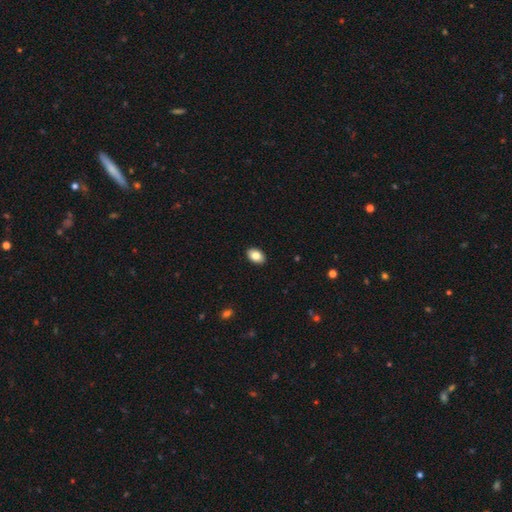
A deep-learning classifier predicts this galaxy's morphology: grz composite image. It shows a smooth galaxy with no disk features (84%) that is in between round and cigar-shaped (88%). Merging: none (90%).